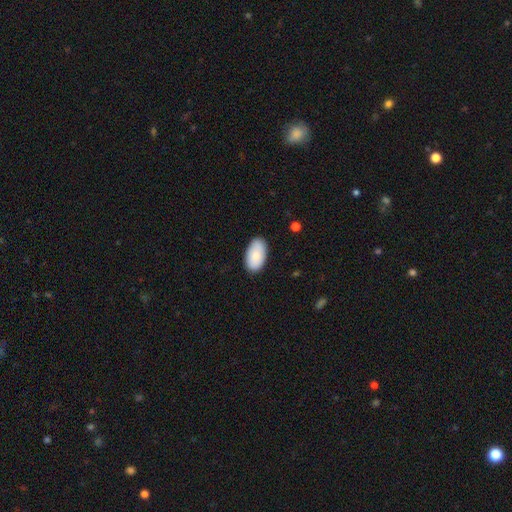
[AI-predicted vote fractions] smooth 81%, featured or disk 13%, star or artifact 6%. Down the decision tree: how rounded — in between (95%); merging — none (86%).